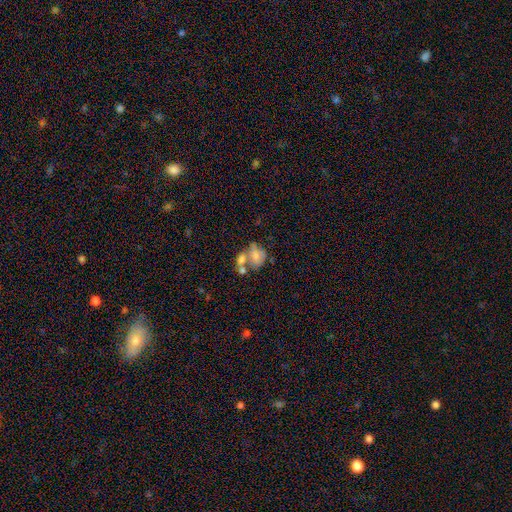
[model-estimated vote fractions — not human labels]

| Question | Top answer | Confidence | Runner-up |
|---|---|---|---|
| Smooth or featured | smooth | 57% | featured or disk (33%) |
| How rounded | in between | 61% | round (38%) |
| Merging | merger | 51% | none (23%) |